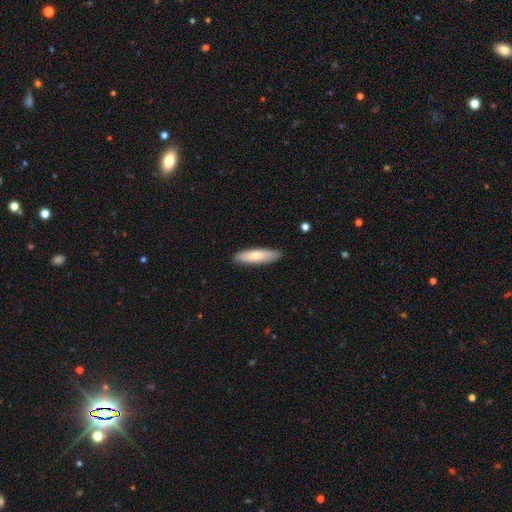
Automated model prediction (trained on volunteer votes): The model was most divided on "how rounded": cigar-shaped: 66%, in between: 32%, round: 2%. More confident: merging — none (88%); smooth or featured — smooth (69%).